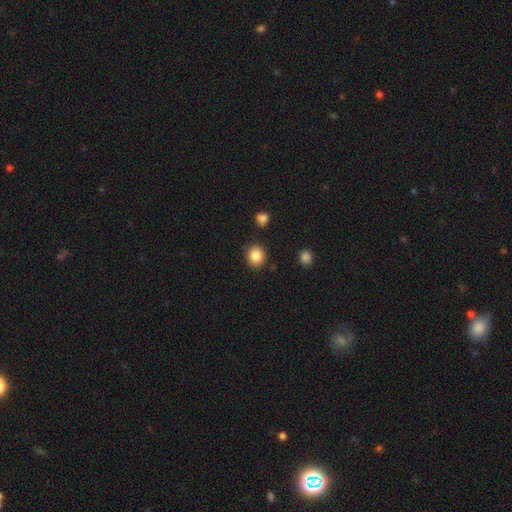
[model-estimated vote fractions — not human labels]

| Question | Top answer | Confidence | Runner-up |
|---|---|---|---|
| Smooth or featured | smooth | 85% | star or artifact (9%) |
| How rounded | round | 77% | in between (22%) |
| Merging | none | 86% | minor disturbance (9%) |